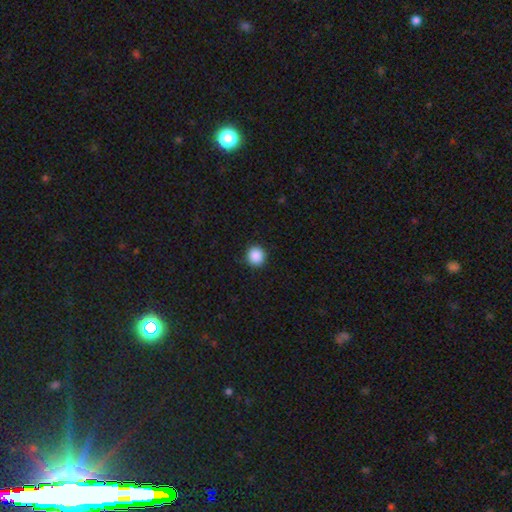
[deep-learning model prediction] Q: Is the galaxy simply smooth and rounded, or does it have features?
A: smooth — 89%.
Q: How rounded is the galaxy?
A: round — 92%.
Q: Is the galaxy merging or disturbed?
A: none — 92%.